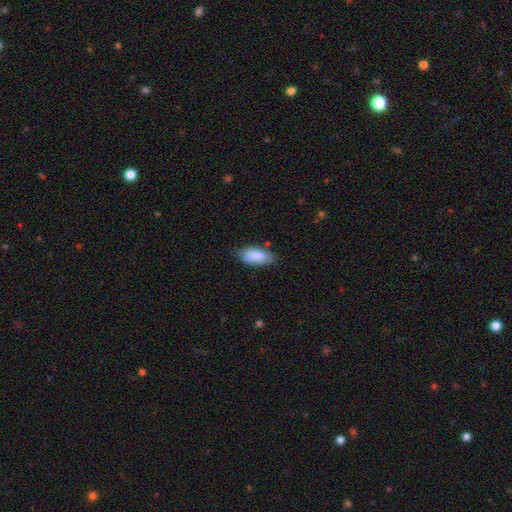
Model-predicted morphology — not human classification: type=smooth (87%); roundness=in between (88%); merging=none (73%).